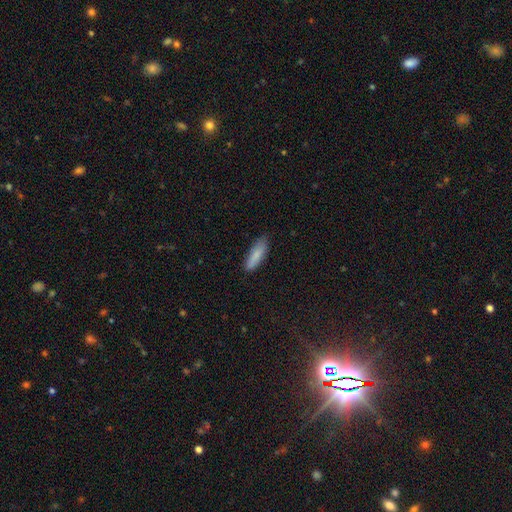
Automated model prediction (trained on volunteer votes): smooth 85%, featured or disk 9%, star or artifact 6%. Down the decision tree: how rounded — cigar-shaped (54%); merging — none (81%).